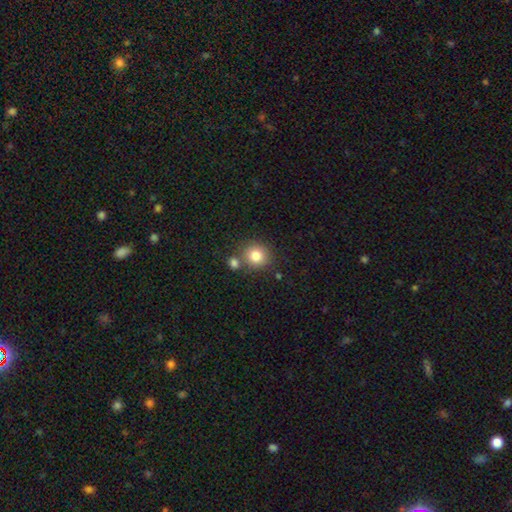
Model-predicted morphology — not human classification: Smooth or featured: smooth — 81% (star or artifact — 11%)
How rounded: round — 90% (in between — 9%)
Merging: none — 72% (merger — 17%)